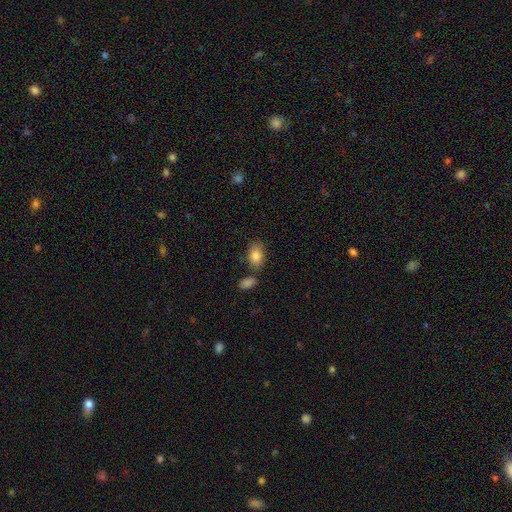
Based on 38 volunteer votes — A smooth galaxy with no disk features (89%) that is in between round and cigar-shaped (91%).

Vote fractions:
- Smooth or featured? smooth: 89% / featured or disk: 5% / star or artifact: 5%
- How rounded? in between: 91% / round: 9% / cigar-shaped: 0%
- Merging? none: 81% / minor disturbance: 8% / merger: 8% / major disturbance: 3%